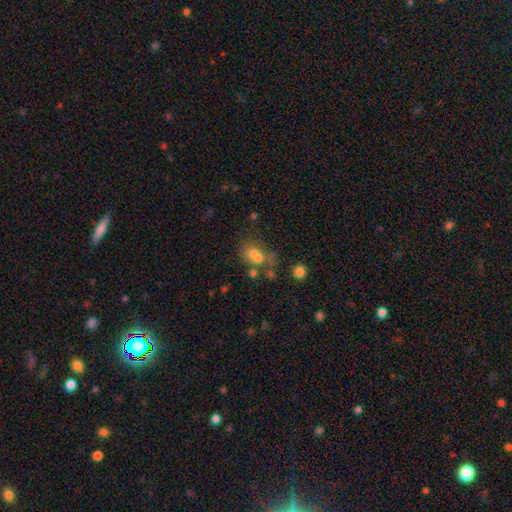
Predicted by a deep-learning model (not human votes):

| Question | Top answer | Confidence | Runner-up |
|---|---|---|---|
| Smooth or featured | smooth | 65% | featured or disk (19%) |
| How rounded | in between | 55% | round (43%) |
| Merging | merger | 50% | none (28%) |